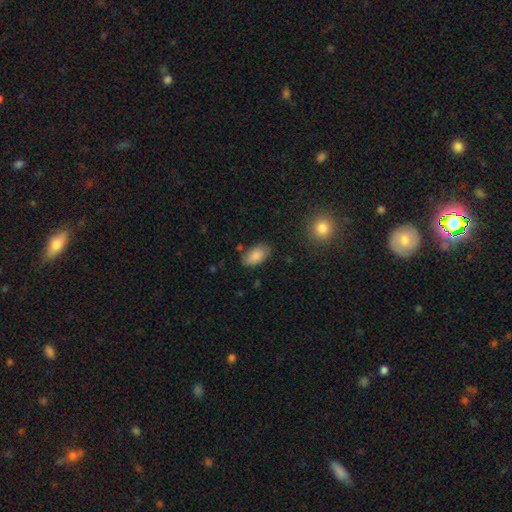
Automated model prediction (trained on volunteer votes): Smooth or featured? Predicted: smooth (p=0.86). How rounded? Predicted: in between (p=0.94). Merging? Predicted: none (p=0.80).